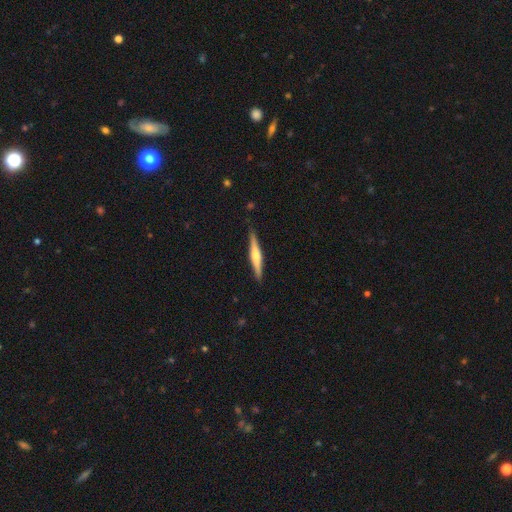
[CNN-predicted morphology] This appears to be a featured or disk galaxy (65%) viewed edge-on (98%) with a rounded central bulge (83%). Merging: none (89%).